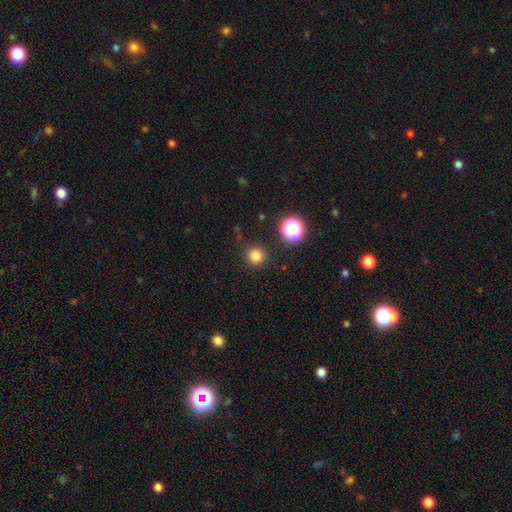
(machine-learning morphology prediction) This appears to be a smooth galaxy with no disk features (80%) that is round (95%). Merging: none (88%).